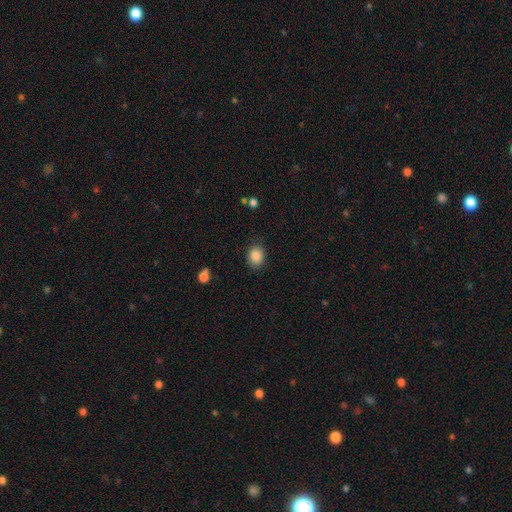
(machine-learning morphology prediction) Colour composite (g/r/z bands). It shows a smooth galaxy with no disk features (87%) that is in between round and cigar-shaped (51%). Merging: none (85%).